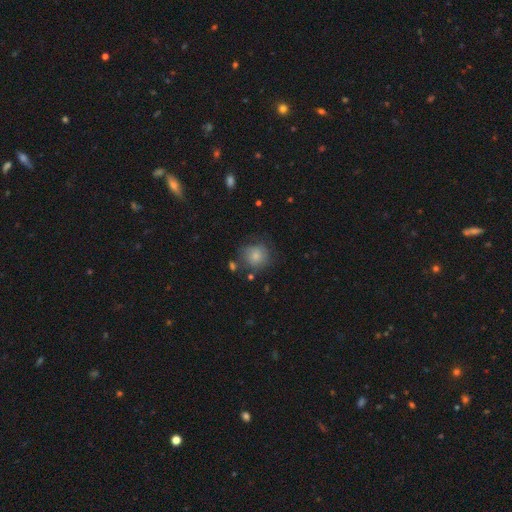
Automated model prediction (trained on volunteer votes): Smooth or featured?
  - smooth: 78% *
  - featured or disk: 13%
  - star or artifact: 10%
How rounded?
  - round: 86% *
  - in between: 13%
  - cigar-shaped: 1%
Merging?
  - none: 67% *
  - minor disturbance: 20%
  - major disturbance: 8%
  - merger: 4%